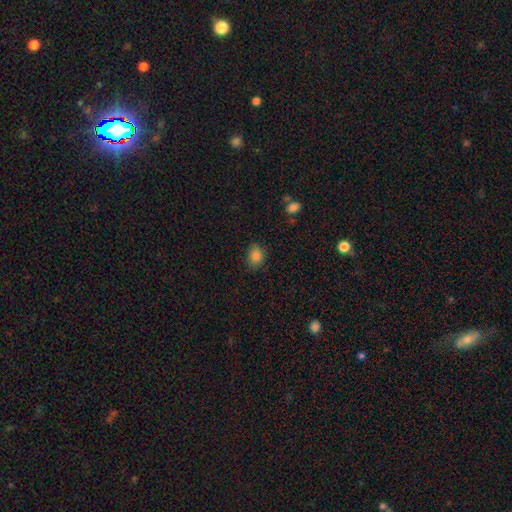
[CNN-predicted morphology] Smooth or featured? smooth (83%)
How rounded? in between (55%)
Merging? none (81%)